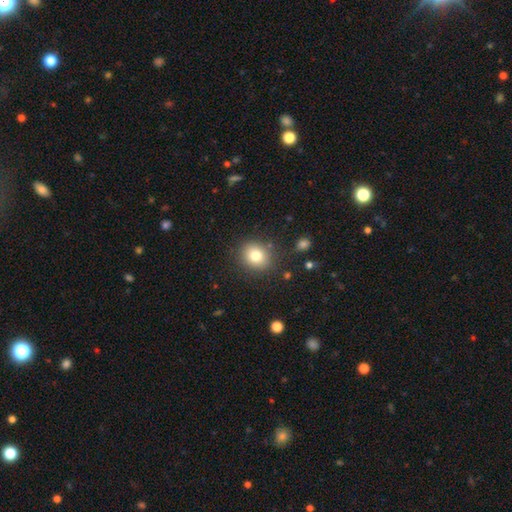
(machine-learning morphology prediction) Smooth or featured? Predicted: smooth (p=0.79). How rounded? Predicted: round (p=0.75). Merging? Predicted: none (p=0.85).